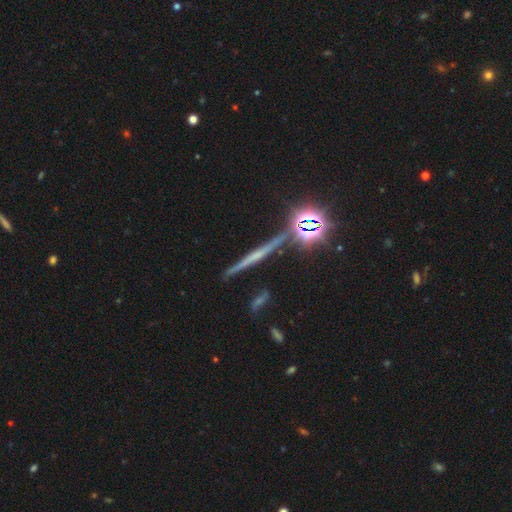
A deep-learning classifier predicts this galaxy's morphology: featured or disk 50%, star or artifact 28%, smooth 23%. Down the decision tree: merging — none (86%).